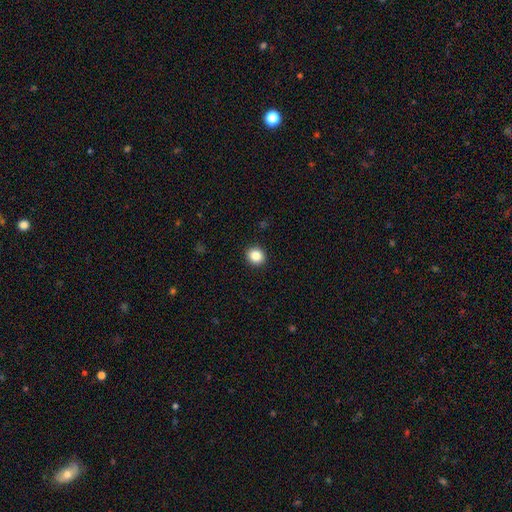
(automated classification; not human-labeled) Q: Smooth or featured?
A: smooth (85%); runner-up: star or artifact (10%)
Q: How rounded?
A: round (82%); runner-up: in between (18%)
Q: Merging?
A: none (92%); runner-up: minor disturbance (5%)